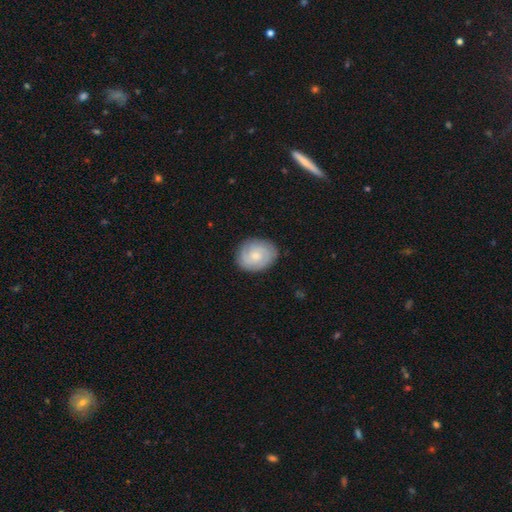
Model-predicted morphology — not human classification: A featured or disk galaxy (63%) with no bar (73%), 2 (39%) tight (69%) spiral arms (92%) and a small central bulge (56%).

Vote fractions:
- Smooth or featured? featured or disk: 63% / smooth: 31% / star or artifact: 6%
- Edge-on disk? no: 98% / yes: 2%
- Bar? no: 73% / weak: 25% / strong: 3%
- Spiral arms? yes: 92% / no: 8%
- Spiral winding? tight: 69% / medium: 25% / loose: 6%
- Spiral arm count? 2: 39% / can't tell: 26% / 3: 20% / 4: 6% / 1: 4% / more than 4: 4%
- Bulge size? small: 56% / moderate: 37% / none: 4% / large: 2% / dominant: 1%
- Merging? none: 85% / minor disturbance: 11% / major disturbance: 3% / merger: 1%